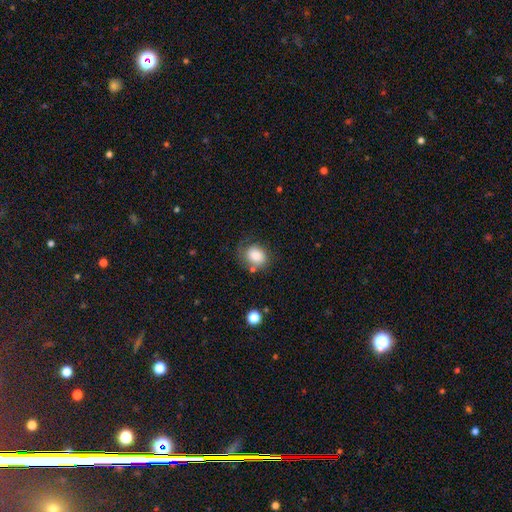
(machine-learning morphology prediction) A smooth galaxy with no disk features (81%) that is round (51%). Merging: none (57%).